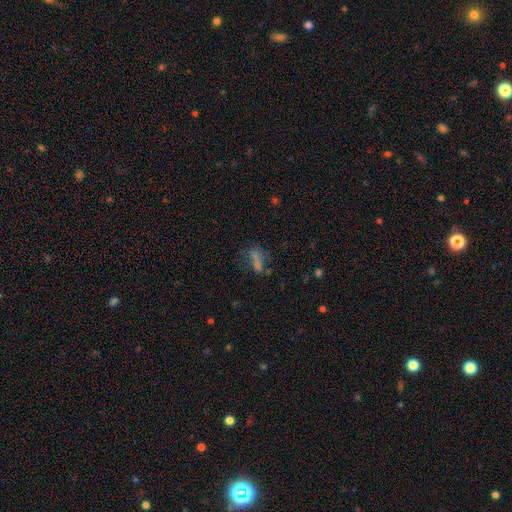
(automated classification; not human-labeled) Q: Smooth or featured?
A: smooth (54%); runner-up: star or artifact (25%)
Q: How rounded?
A: in between (63%); runner-up: cigar-shaped (26%)
Q: Merging?
A: none (48%); runner-up: minor disturbance (20%)